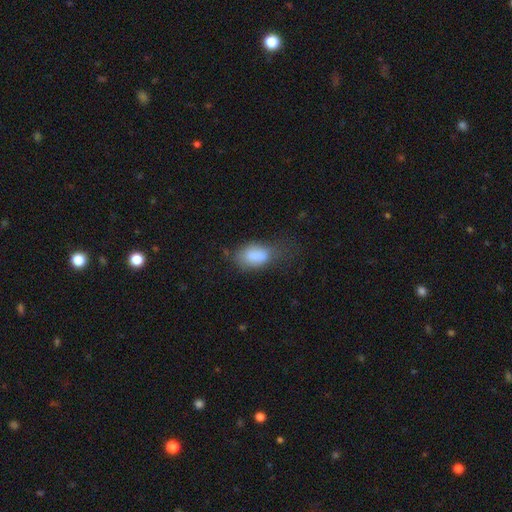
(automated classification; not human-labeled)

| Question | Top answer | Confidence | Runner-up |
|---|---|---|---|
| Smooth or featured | smooth | 81% | featured or disk (11%) |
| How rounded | in between | 89% | round (8%) |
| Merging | minor disturbance | 34% | tied: none (34%) |